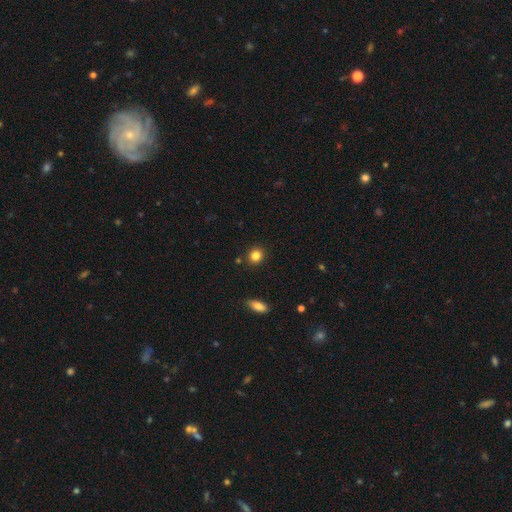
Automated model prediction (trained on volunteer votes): Overall: smooth (84%). How rounded: round (85%). Merging: none (89%).